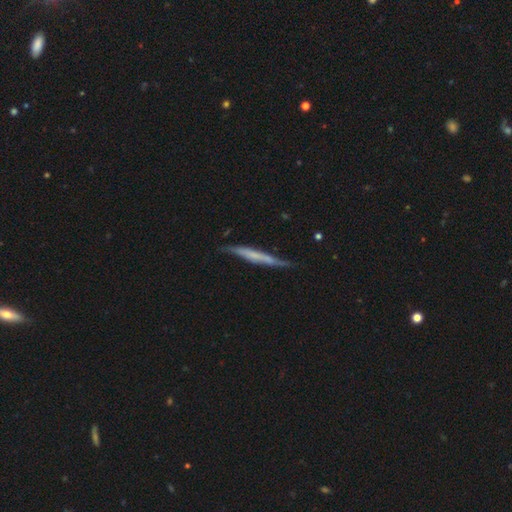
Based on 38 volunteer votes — Morphology: type=featured or disk (55%); edge-on=yes (86%); edge-on bulge=none (44%); merging=none (57%).